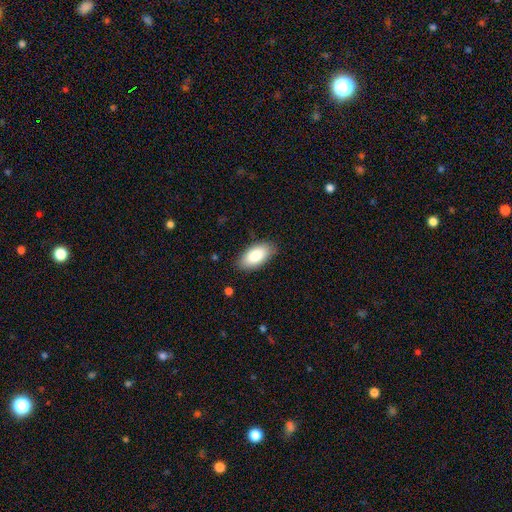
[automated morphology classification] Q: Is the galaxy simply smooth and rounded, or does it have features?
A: smooth — 84%.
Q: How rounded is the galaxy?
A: in between — 94%.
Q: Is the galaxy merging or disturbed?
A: none — 85%.